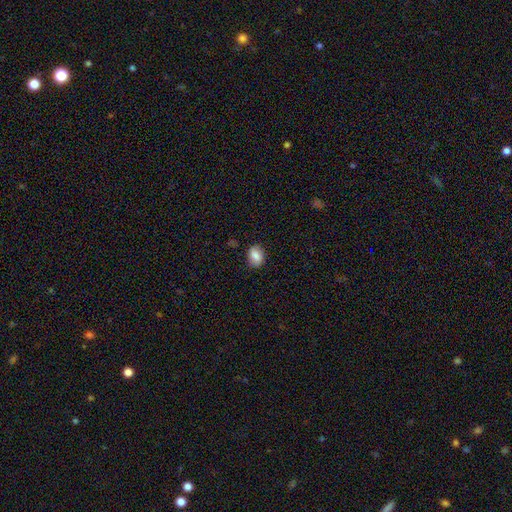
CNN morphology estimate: Smooth or featured: smooth — 83% (featured or disk — 9%)
How rounded: in between — 74% (round — 25%)
Merging: none — 80% (minor disturbance — 16%)